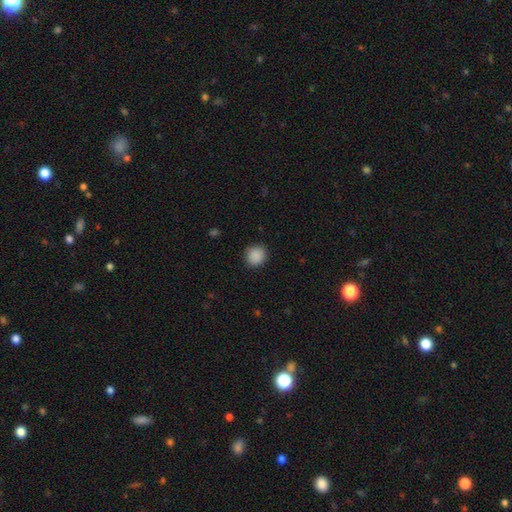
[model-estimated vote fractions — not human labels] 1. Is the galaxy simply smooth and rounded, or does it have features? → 89% smooth, 9% star or artifact, 2% featured or disk.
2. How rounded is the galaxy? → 87% round, 12% in between, 1% cigar-shaped.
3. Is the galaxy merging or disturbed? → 90% none, 7% minor disturbance, 2% major disturbance, 1% merger.